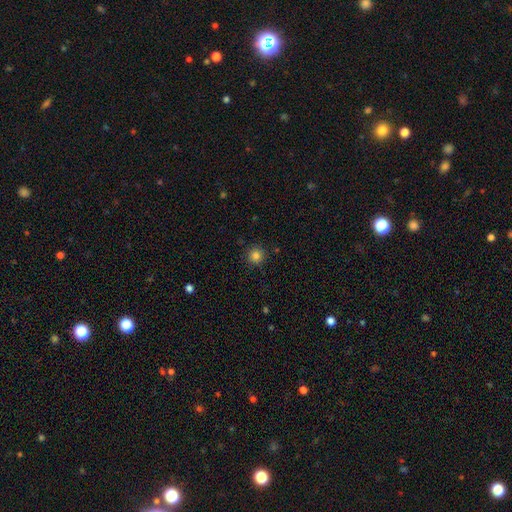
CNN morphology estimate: smooth_or_featured: smooth (p=0.83) [alt: star or artifact p=0.13]
how_rounded: round (p=0.94) [alt: in between p=0.05]
merging: none (p=0.89) [alt: minor disturbance p=0.07]